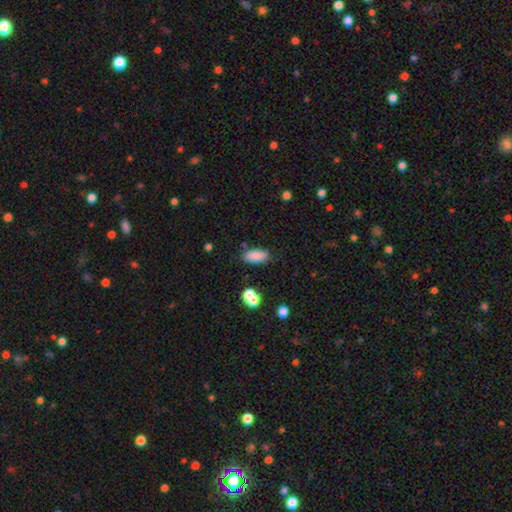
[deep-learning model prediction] Morphology: type=smooth (86%); roundness=in between (87%); merging=none (79%).